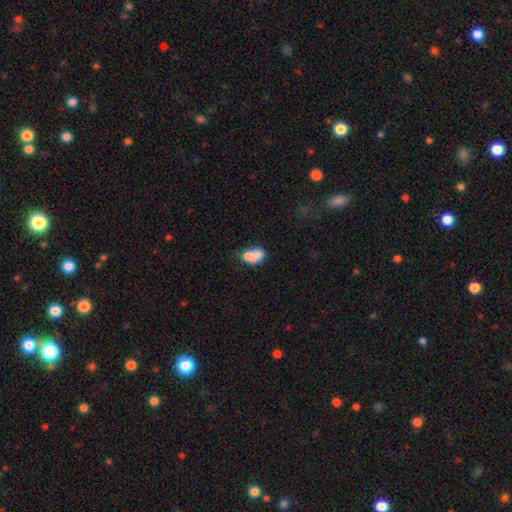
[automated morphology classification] A smooth galaxy with no disk features (65%) that is in between round and cigar-shaped (62%).

Vote fractions:
- Smooth or featured? smooth: 65% / featured or disk: 26% / star or artifact: 9%
- How rounded? in between: 62% / round: 37% / cigar-shaped: 1%
- Merging? merger: 64% / none: 22% / minor disturbance: 9% / major disturbance: 6%